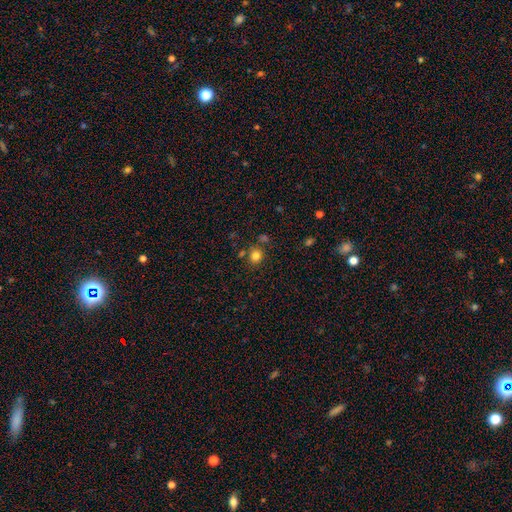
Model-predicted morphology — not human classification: Smooth or featured: smooth — 80% (star or artifact — 14%)
How rounded: round — 83% (in between — 16%)
Merging: none — 76% (merger — 11%)